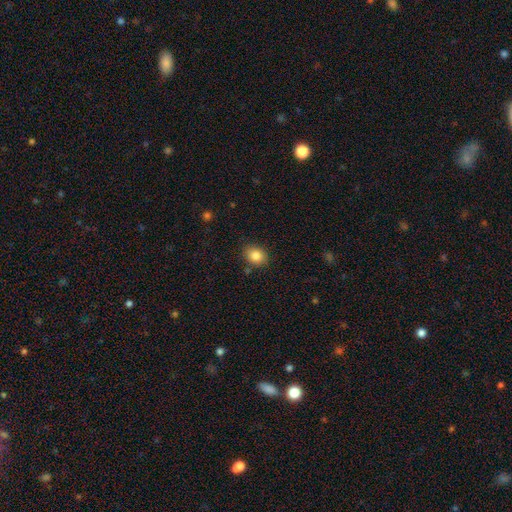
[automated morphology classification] A smooth galaxy with no disk features (85%) that is round (52%).

Vote fractions:
- Smooth or featured? smooth: 85% / star or artifact: 9% / featured or disk: 6%
- How rounded? round: 52% / in between: 47% / cigar-shaped: 1%
- Merging? none: 84% / minor disturbance: 11% / major disturbance: 3% / merger: 2%